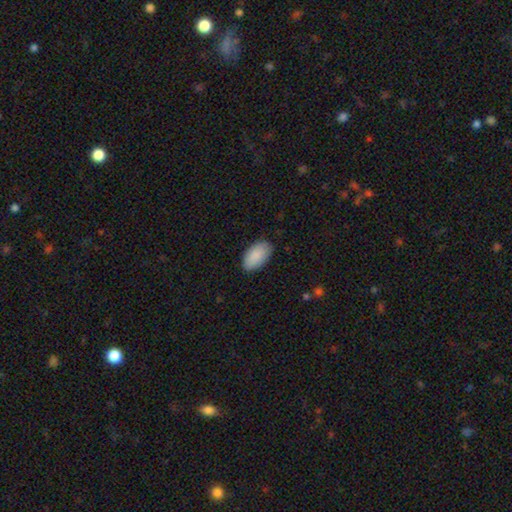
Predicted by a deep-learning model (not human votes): smooth_or_featured: smooth (p=0.90) [alt: star or artifact p=0.06]
how_rounded: in between (p=0.96) [alt: round p=0.03]
merging: none (p=0.85) [alt: minor disturbance p=0.12]